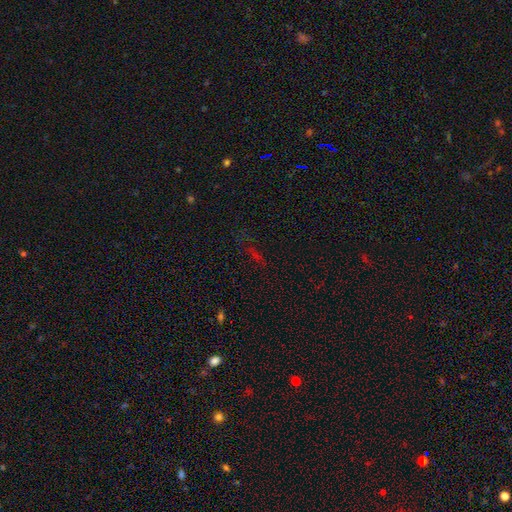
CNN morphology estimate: Smooth or featured: star or artifact — 61% (smooth — 27%)